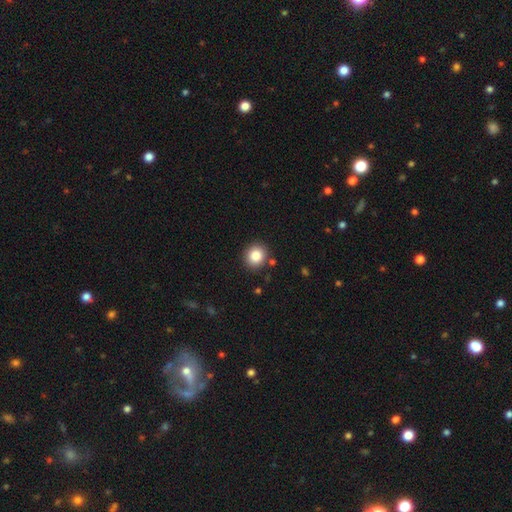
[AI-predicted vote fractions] A smooth galaxy with no disk features (85%) that is round (81%).

Vote fractions:
- Smooth or featured? smooth: 85% / star or artifact: 10% / featured or disk: 6%
- How rounded? round: 81% / in between: 18% / cigar-shaped: 1%
- Merging? none: 87% / minor disturbance: 8% / merger: 3% / major disturbance: 2%